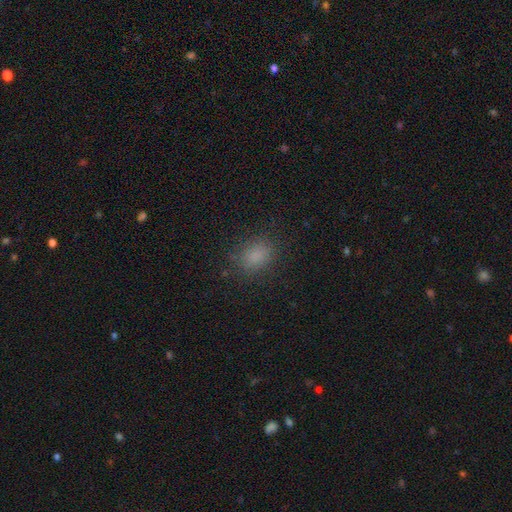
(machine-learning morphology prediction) type=smooth (82%); roundness=in between (63%); merging=none (82%).